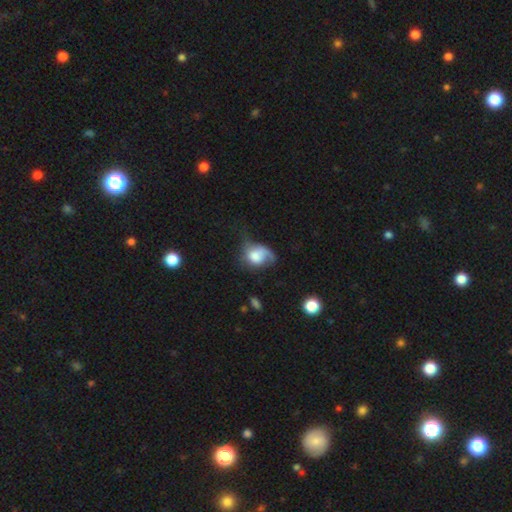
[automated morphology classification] Smooth or featured?
  - smooth: 57% *
  - featured or disk: 34%
  - star or artifact: 9%
How rounded?
  - in between: 54% *
  - round: 45%
  - cigar-shaped: 1%
Merging?
  - major disturbance: 44% *
  - minor disturbance: 27%
  - none: 25%
  - merger: 5%